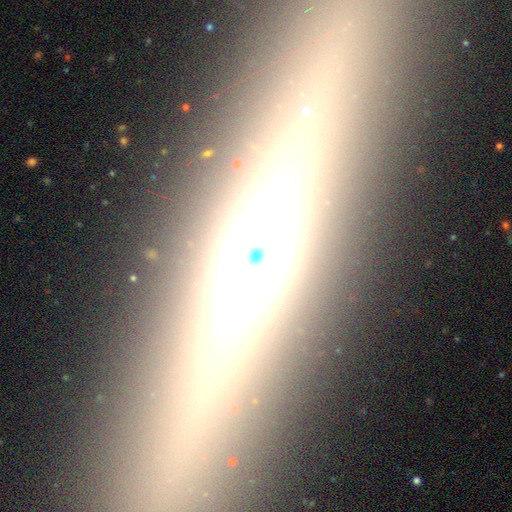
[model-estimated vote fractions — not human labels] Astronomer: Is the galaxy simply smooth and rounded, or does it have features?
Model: featured or disk — 55%.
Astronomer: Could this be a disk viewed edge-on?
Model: yes — 78%.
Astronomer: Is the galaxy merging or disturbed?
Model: none — 86%.